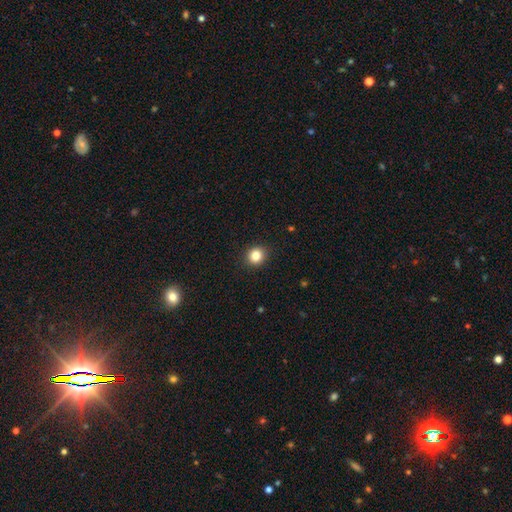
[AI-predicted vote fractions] Smooth or featured: smooth — 84% (star or artifact — 11%)
How rounded: round — 86% (in between — 13%)
Merging: none — 92% (minor disturbance — 6%)